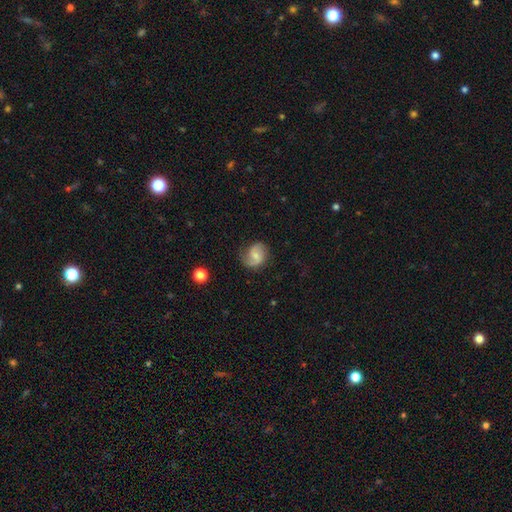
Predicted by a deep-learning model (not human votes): featured or disk 63%, smooth 29%, star or artifact 7%. Down the decision tree: edge-on disk — no (98%); bar — no (46%); spiral arms — yes (92%); spiral arm count — 2 (70%); spiral winding — medium (43%); bulge size — small (55%); merging — none (65%).